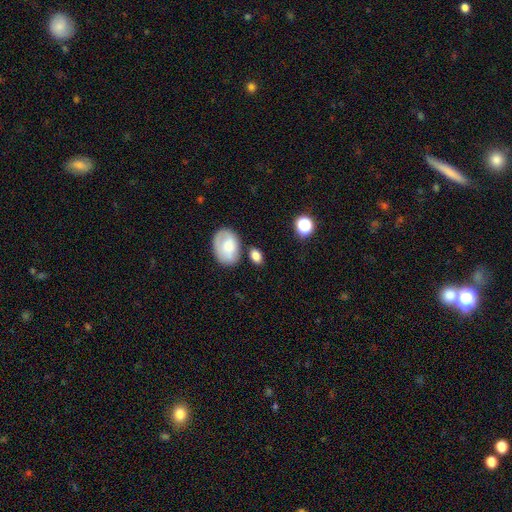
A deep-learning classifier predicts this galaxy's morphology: Smooth or featured? Predicted: smooth (p=0.78). How rounded? Predicted: in between (p=0.76). Merging? Predicted: none (p=0.65).